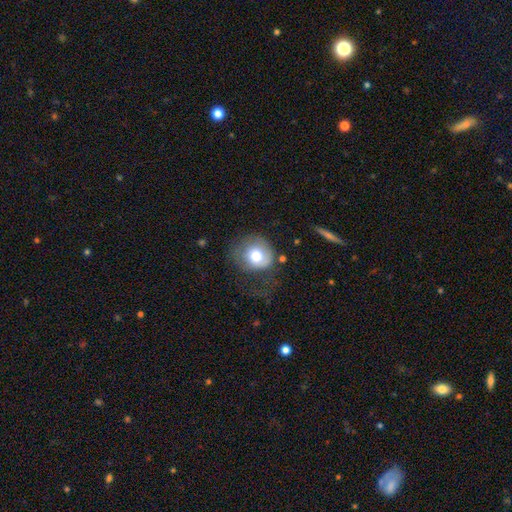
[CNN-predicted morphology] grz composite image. It shows a smooth galaxy with no disk features (70%) that is round (78%). Merging: none (44%).